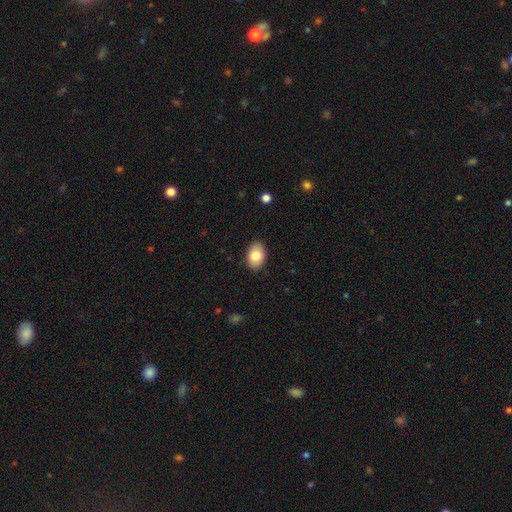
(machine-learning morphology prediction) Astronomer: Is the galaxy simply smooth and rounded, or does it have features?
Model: smooth — 84%.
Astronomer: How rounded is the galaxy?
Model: in between — 85%.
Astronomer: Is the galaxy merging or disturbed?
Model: none — 87%.